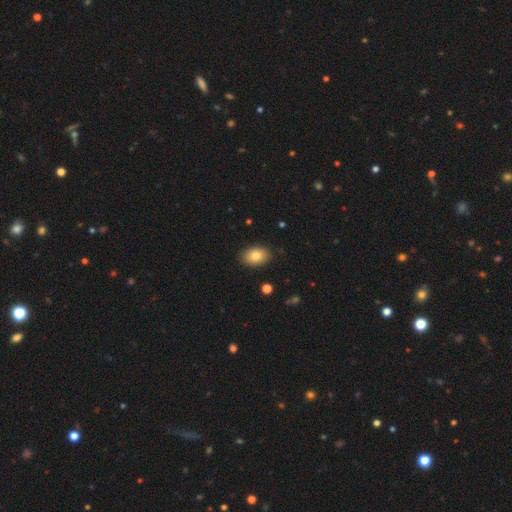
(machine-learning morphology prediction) Overall: smooth (84%). How rounded: in between (87%). Merging: none (88%).